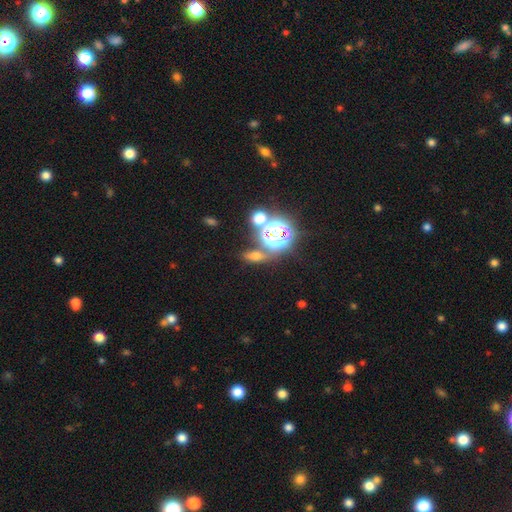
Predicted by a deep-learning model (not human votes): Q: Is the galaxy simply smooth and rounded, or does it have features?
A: smooth — 46%.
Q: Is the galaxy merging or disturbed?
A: none — 61%.